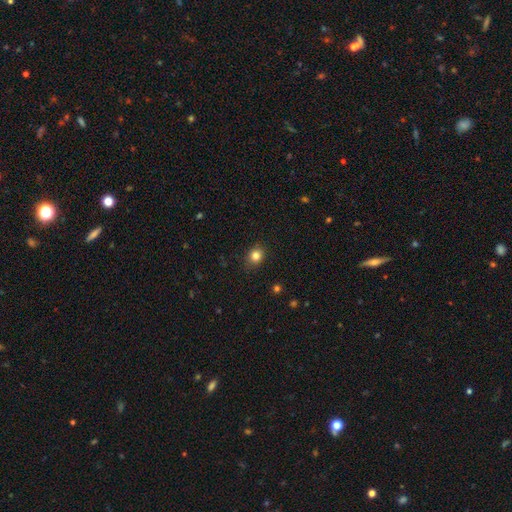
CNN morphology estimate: The model was most divided on "how rounded": round: 69%, in between: 30%, cigar-shaped: 1%. More confident: merging — none (86%); smooth or featured — smooth (83%).